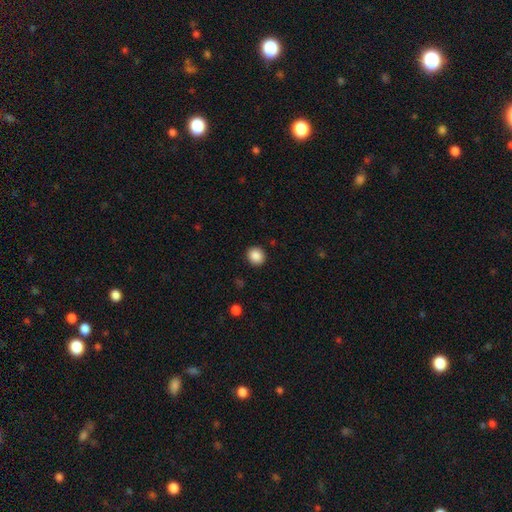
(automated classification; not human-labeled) Smooth or featured? smooth (88%)
How rounded? round (86%)
Merging? none (91%)